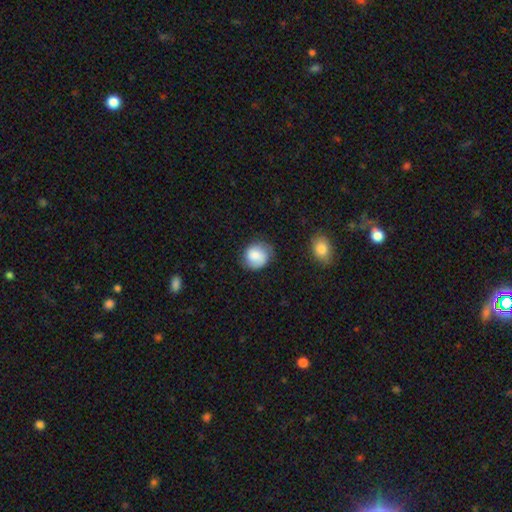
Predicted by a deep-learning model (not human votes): The model was most divided on "merging": none: 69%, minor disturbance: 23%, major disturbance: 6%, merger: 2%. More confident: how rounded — round (75%); smooth or featured — smooth (74%).